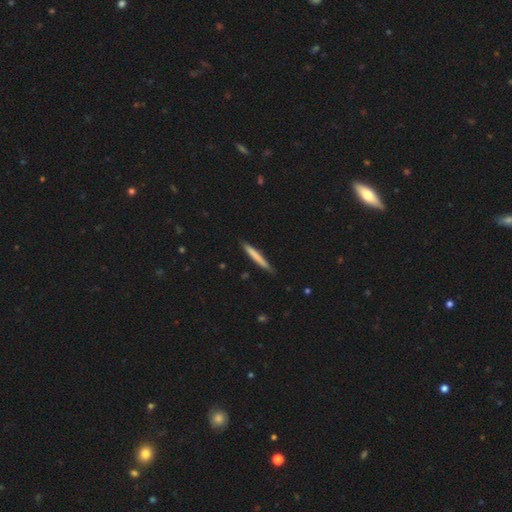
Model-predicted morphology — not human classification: smooth-or-featured: smooth: 70% | featured or disk: 25% | star or artifact: 5%
  how-rounded: cigar-shaped: 96% | in between: 2% | round: 1%
  merging: none: 85% | minor disturbance: 12% | major disturbance: 2% | merger: 1%